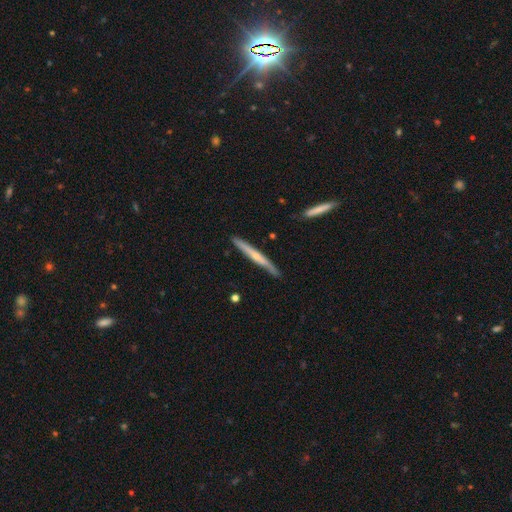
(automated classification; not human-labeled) The model was most divided on "edge-on bulge": rounded: 54%, none: 42%, boxy: 5%. More confident: edge-on disk — yes (95%); merging — none (87%); smooth or featured — featured or disk (57%).